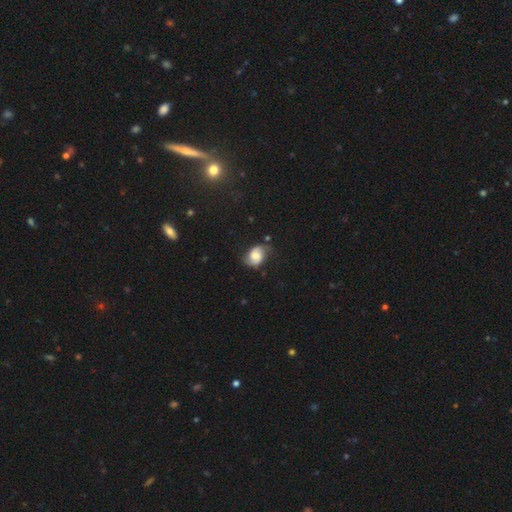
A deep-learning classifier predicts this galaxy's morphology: type=featured or disk (59%); edge-on=no (97%); bar=no (54%); spiral arms=yes (91%); winding=medium (41%); arm count=2 (88%); bulge=moderate (49%); merging=none (66%).